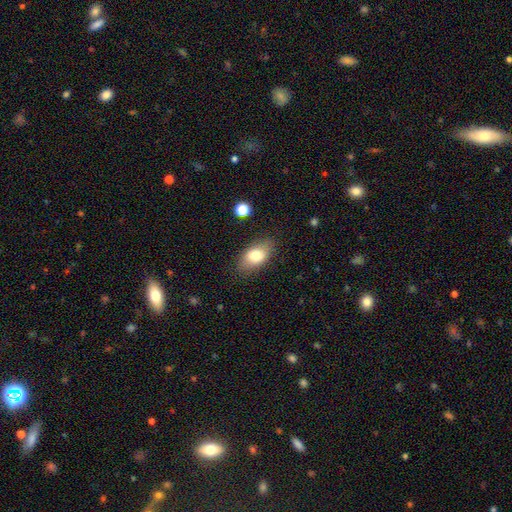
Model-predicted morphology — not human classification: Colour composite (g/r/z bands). It shows a smooth galaxy with no disk features (78%) that is in between round and cigar-shaped (90%). Merging: none (82%).